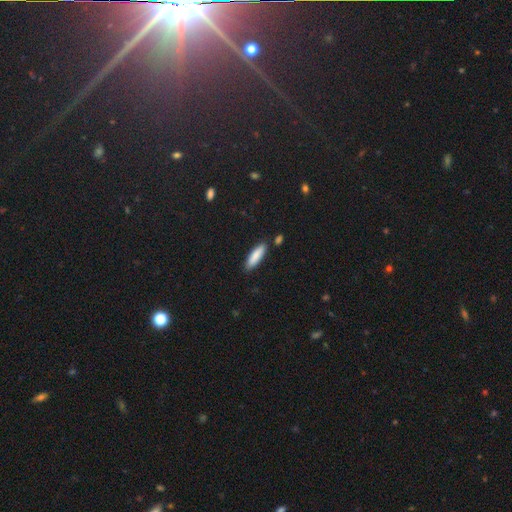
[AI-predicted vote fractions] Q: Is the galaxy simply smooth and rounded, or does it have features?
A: smooth — 86%.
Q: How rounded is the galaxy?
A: cigar-shaped — 65%.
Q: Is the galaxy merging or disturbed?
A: none — 85%.